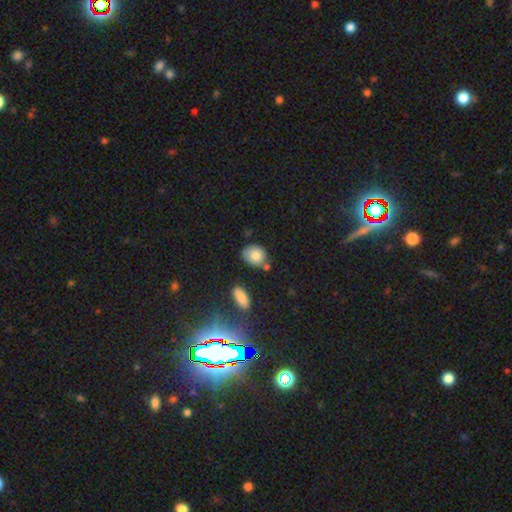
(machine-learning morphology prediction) A smooth galaxy with no disk features (82%) that is round (53%). Merging: none (61%).